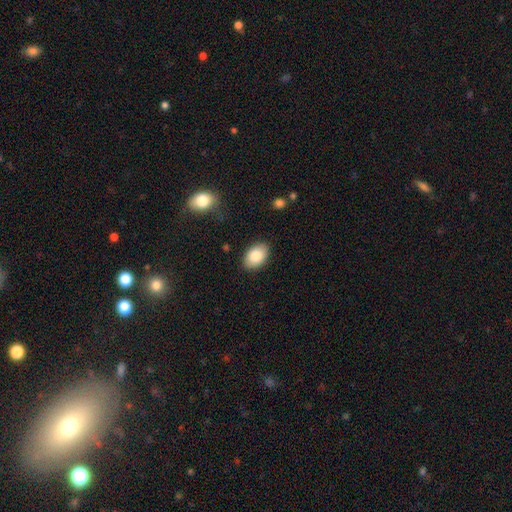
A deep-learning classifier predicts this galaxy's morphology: A smooth galaxy with no disk features (85%) that is in between round and cigar-shaped (89%). Merging: none (86%).